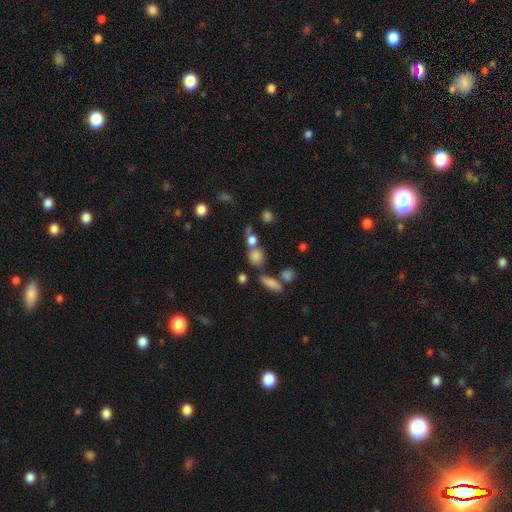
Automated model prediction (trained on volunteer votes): Smooth or featured: smooth — 76% (star or artifact — 14%)
How rounded: round — 66% (in between — 29%)
Merging: none — 49% (merger — 34%)